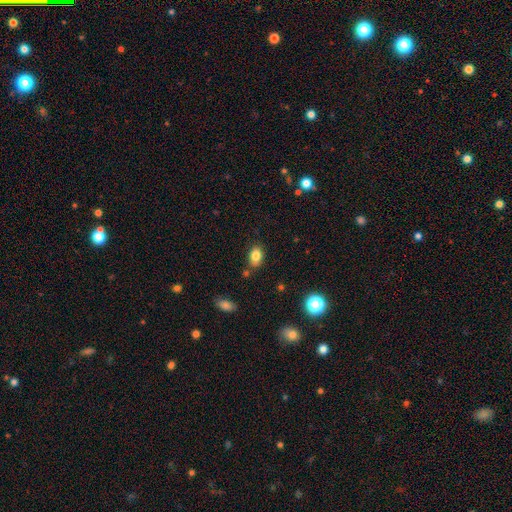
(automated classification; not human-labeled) smooth 82%, star or artifact 10%, featured or disk 8%. Down the decision tree: how rounded — in between (84%); merging — none (77%).